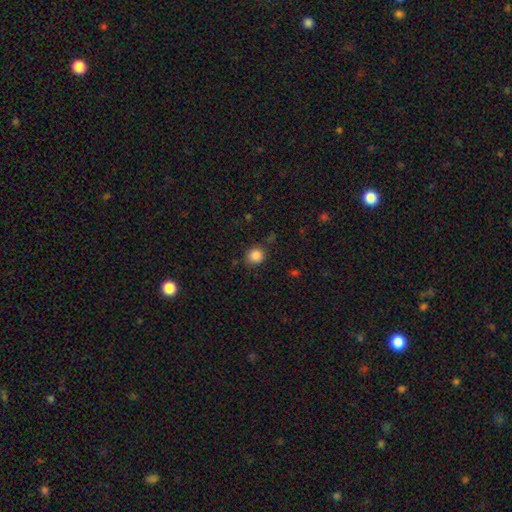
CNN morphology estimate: Smooth or featured? smooth (85%)
How rounded? round (86%)
Merging? none (81%)